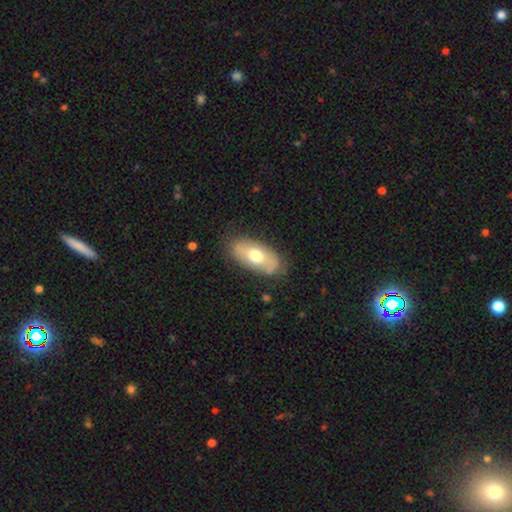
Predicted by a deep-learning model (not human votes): Smooth or featured? Predicted: smooth (p=0.58). How rounded? Predicted: in between (p=0.91). Merging? Predicted: none (p=0.76).